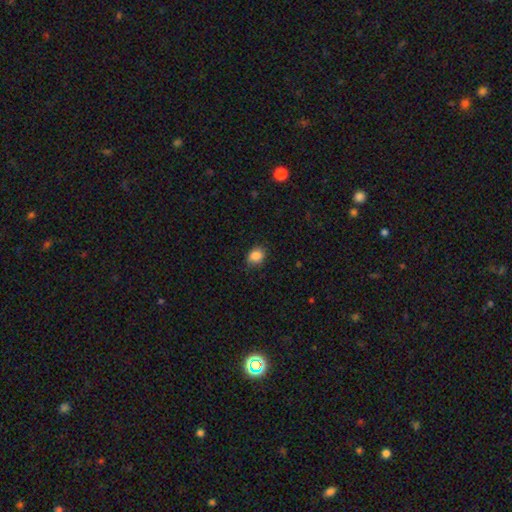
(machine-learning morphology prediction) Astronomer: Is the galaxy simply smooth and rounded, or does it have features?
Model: smooth — 86%.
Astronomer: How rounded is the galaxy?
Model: in between — 51% (runner-up: round, 48%).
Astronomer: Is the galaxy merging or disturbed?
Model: none — 79%.